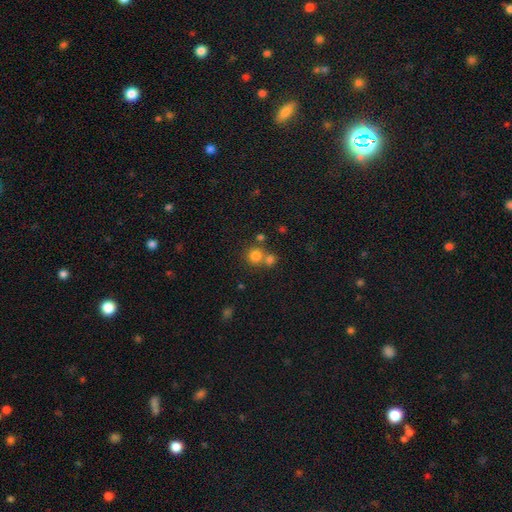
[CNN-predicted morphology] This appears to be a smooth galaxy with no disk features (78%) that is round (91%). Merging: none (58%).